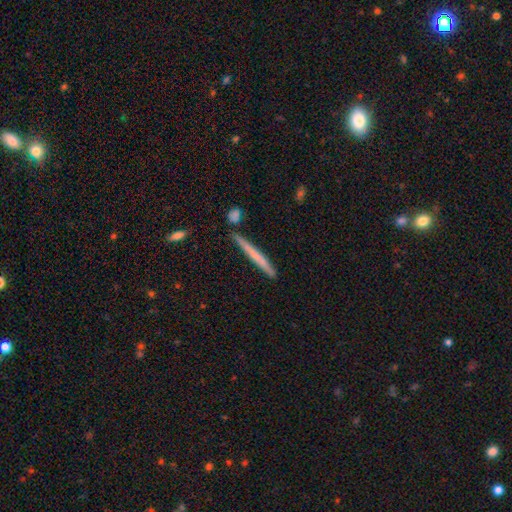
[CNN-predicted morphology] The model was most divided on "smooth or featured": smooth: 58%, featured or disk: 36%, star or artifact: 6%. More confident: how rounded — cigar-shaped (97%); merging — none (84%).